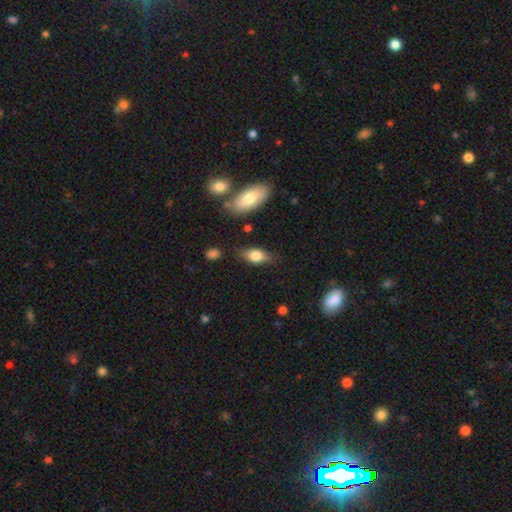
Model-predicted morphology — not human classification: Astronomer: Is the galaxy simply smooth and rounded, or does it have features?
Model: smooth — 78%.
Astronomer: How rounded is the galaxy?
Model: in between — 87%.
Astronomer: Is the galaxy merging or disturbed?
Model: none — 74%.